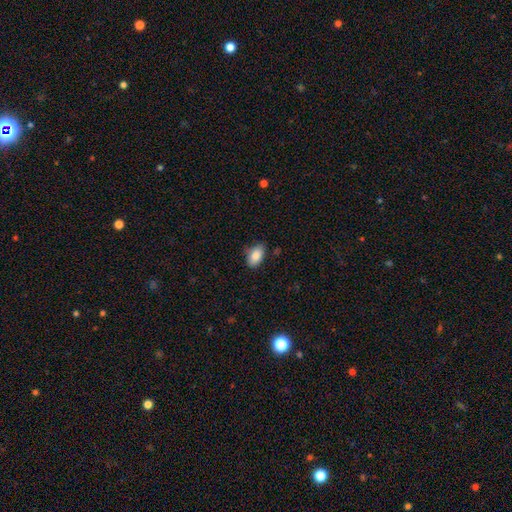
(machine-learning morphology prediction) smooth 86%, star or artifact 7%, featured or disk 6%. Down the decision tree: how rounded — in between (92%); merging — none (79%).